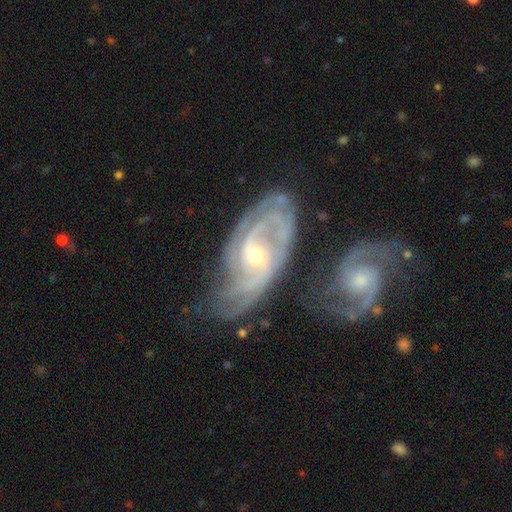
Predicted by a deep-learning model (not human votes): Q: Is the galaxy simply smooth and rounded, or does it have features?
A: featured or disk — 90%.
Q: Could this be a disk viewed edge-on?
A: no — 95%.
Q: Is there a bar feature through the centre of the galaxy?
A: no — 49%.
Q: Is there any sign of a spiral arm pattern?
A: yes — 97%.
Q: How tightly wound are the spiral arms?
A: tight — 59%.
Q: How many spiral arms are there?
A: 2 — 29%.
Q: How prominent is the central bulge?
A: small — 54%.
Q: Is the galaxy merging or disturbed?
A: none — 54%.